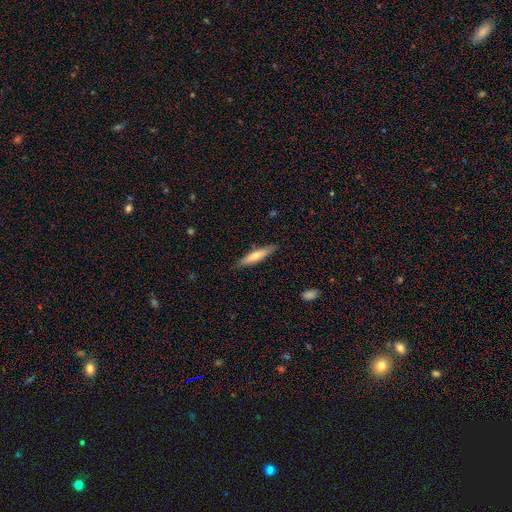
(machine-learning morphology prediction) Smooth or featured? smooth (65%)
How rounded? cigar-shaped (82%)
Merging? none (85%)